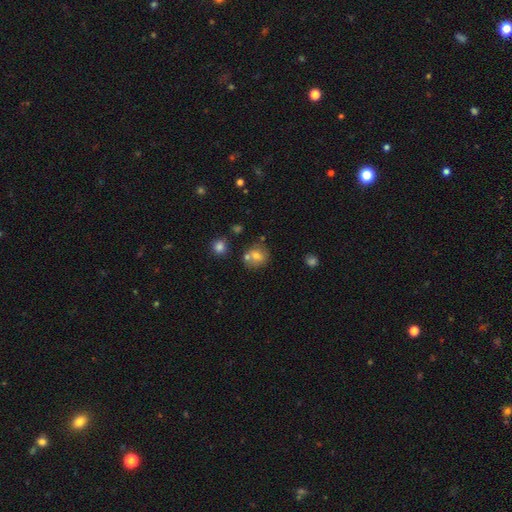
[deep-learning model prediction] smooth_or_featured: smooth (p=0.67) [alt: featured or disk p=0.18]
how_rounded: round (p=0.76) [alt: in between p=0.23]
merging: none (p=0.61) [alt: merger p=0.23]